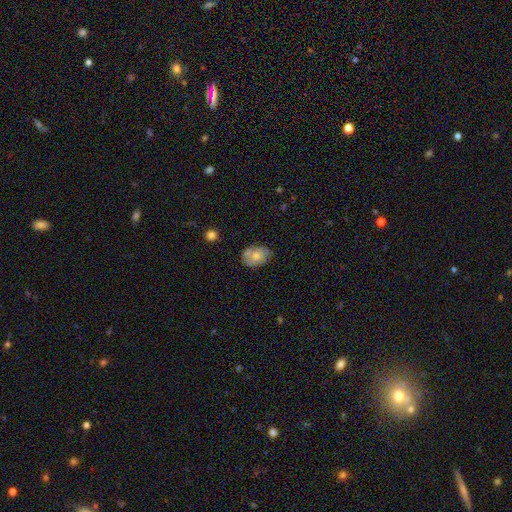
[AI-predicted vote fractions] Smooth or featured?
  - smooth: 62% *
  - featured or disk: 31%
  - star or artifact: 8%
How rounded?
  - in between: 71% *
  - round: 28%
  - cigar-shaped: 1%
Merging?
  - none: 60% *
  - minor disturbance: 25%
  - merger: 8%
  - major disturbance: 6%